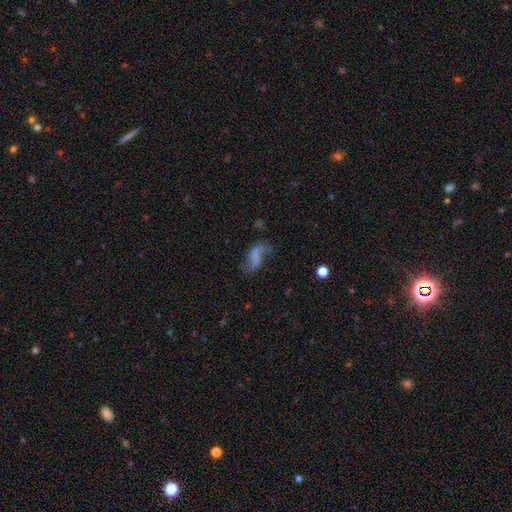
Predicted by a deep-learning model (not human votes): A featured or disk galaxy (75%) with no bar (40%), 2 (90%) loose (88%) spiral arms (90%) and no central bulge (75%). Merging: none (60%).